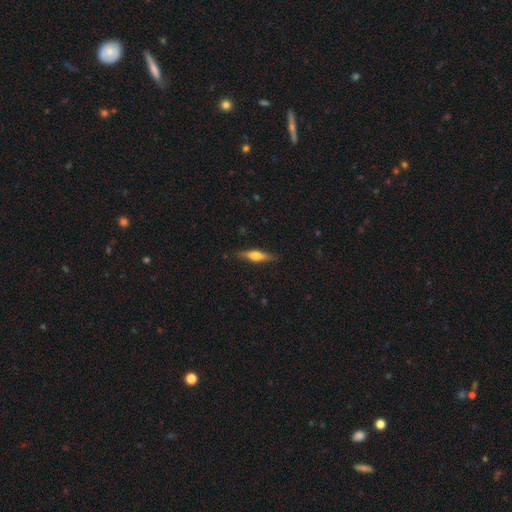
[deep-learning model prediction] smooth-or-featured: featured or disk: 50% | smooth: 44% | star or artifact: 6%
  disk-edge-on: yes: 94% | no: 6%
  merging: none: 87% | minor disturbance: 10% | major disturbance: 2% | merger: 1%